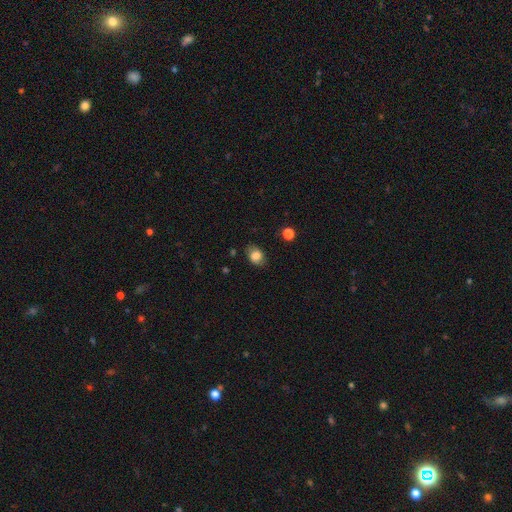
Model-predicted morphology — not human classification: Smooth or featured?
  - smooth: 79% *
  - featured or disk: 12%
  - star or artifact: 9%
How rounded?
  - in between: 67% *
  - round: 32%
  - cigar-shaped: 1%
Merging?
  - none: 77% *
  - minor disturbance: 17%
  - major disturbance: 4%
  - merger: 1%